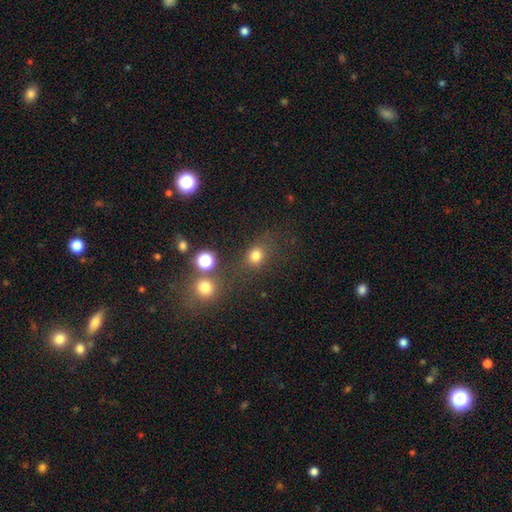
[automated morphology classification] Smooth or featured?
  - smooth: 78% *
  - star or artifact: 17%
  - featured or disk: 6%
How rounded?
  - round: 74% *
  - in between: 24%
  - cigar-shaped: 1%
Merging?
  - none: 73% *
  - minor disturbance: 12%
  - merger: 9%
  - major disturbance: 7%